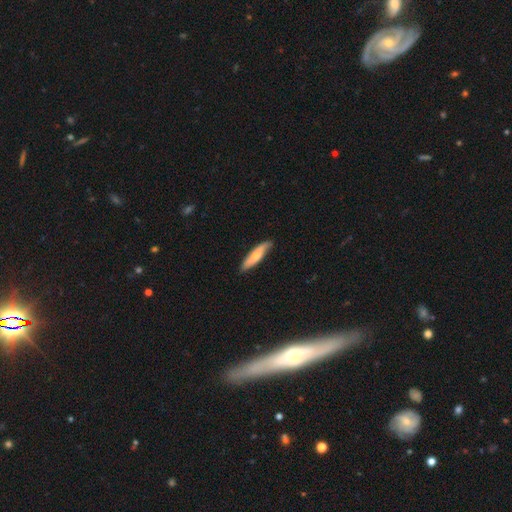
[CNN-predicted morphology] Q: Smooth or featured?
A: smooth (60%); runner-up: featured or disk (35%)
Q: How rounded?
A: cigar-shaped (75%); runner-up: in between (23%)
Q: Merging?
A: none (82%); runner-up: minor disturbance (15%)